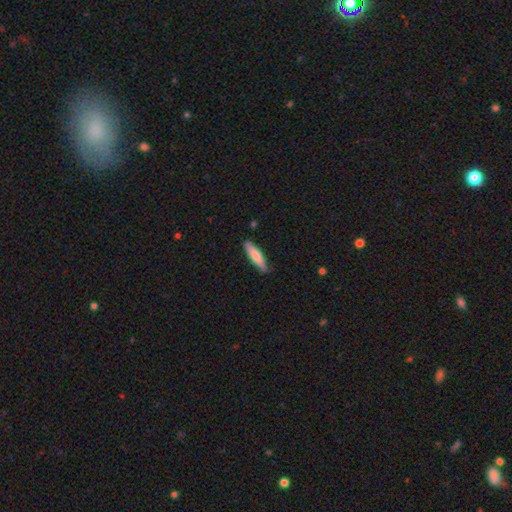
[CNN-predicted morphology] Smooth or featured? Predicted: smooth (p=0.76). How rounded? Predicted: cigar-shaped (p=0.73). Merging? Predicted: none (p=0.84).